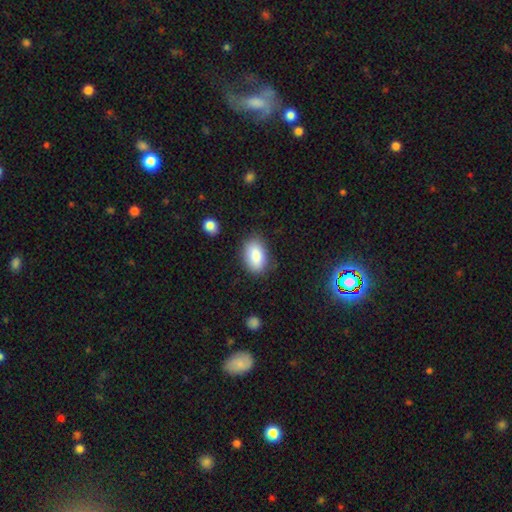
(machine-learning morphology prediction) Q: Smooth or featured?
A: smooth (87%); runner-up: star or artifact (7%)
Q: How rounded?
A: in between (91%); runner-up: round (8%)
Q: Merging?
A: none (81%); runner-up: minor disturbance (14%)